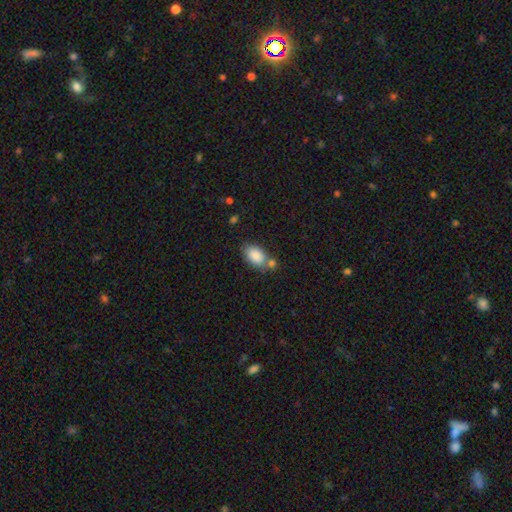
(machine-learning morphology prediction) Smooth or featured? Predicted: smooth (p=0.87). How rounded? Predicted: in between (p=0.89). Merging? Predicted: none (p=0.57).